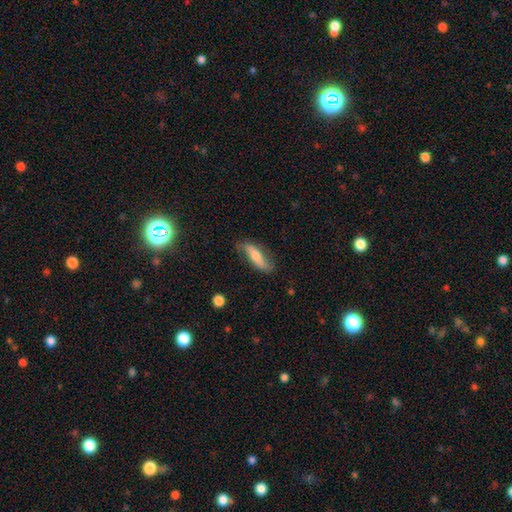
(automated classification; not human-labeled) Smooth or featured? Predicted: featured or disk (p=0.56). Edge-on disk? Predicted: no (p=0.70). Merging? Predicted: none (p=0.73).